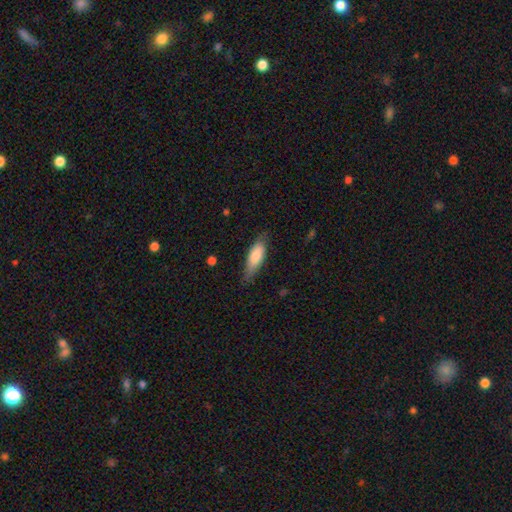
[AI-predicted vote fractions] Smooth or featured? smooth (75%)
How rounded? in between (60%)
Merging? none (72%)